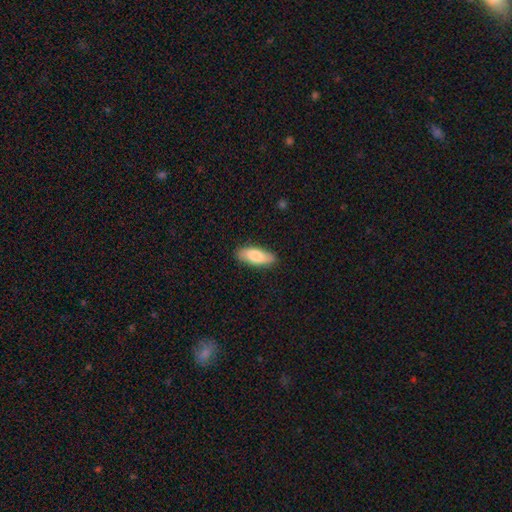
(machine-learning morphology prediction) smooth_or_featured: smooth (p=0.79) [alt: featured or disk p=0.15]
how_rounded: in between (p=0.72) [alt: cigar-shaped p=0.26]
merging: none (p=0.86) [alt: minor disturbance p=0.11]